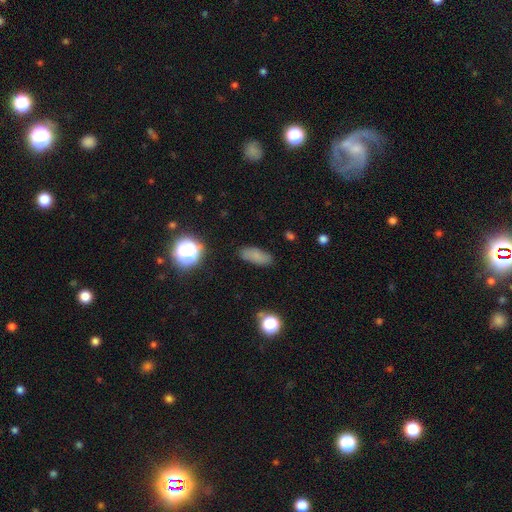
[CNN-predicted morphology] Smooth or featured? Predicted: smooth (p=0.78). How rounded? Predicted: in between (p=0.74). Merging? Predicted: none (p=0.83).